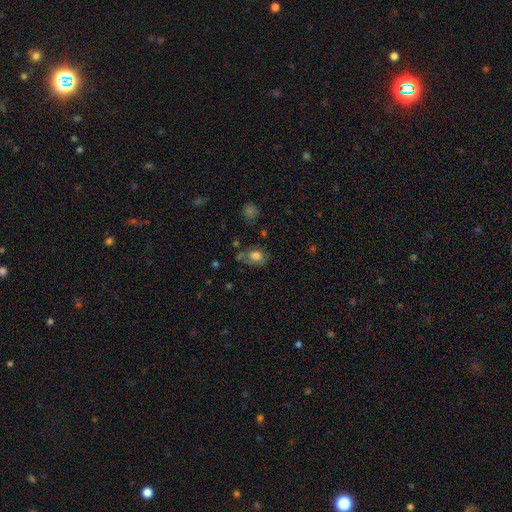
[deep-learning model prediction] A smooth galaxy with no disk features (67%) that is in between round and cigar-shaped (72%). Merging: none (51%).